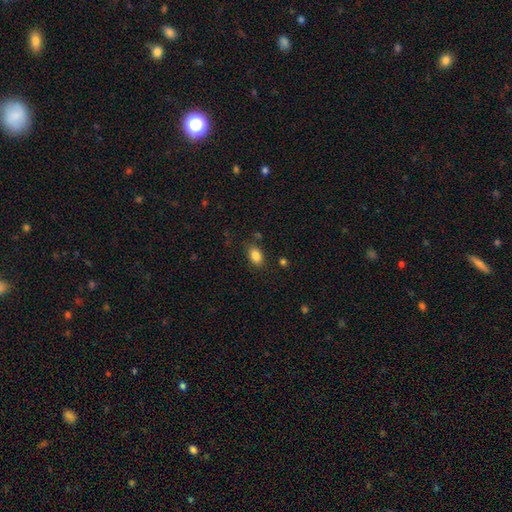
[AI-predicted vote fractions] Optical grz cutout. It shows a smooth galaxy with no disk features (85%) that is in between round and cigar-shaped (85%). Merging: none (81%).